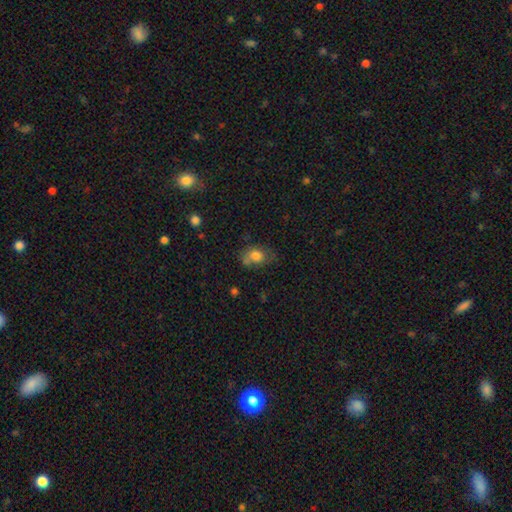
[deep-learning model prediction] smooth_or_featured: smooth (p=0.74) [alt: featured or disk p=0.16]
how_rounded: in between (p=0.68) [alt: round p=0.30]
merging: none (p=0.50) [alt: minor disturbance p=0.29]